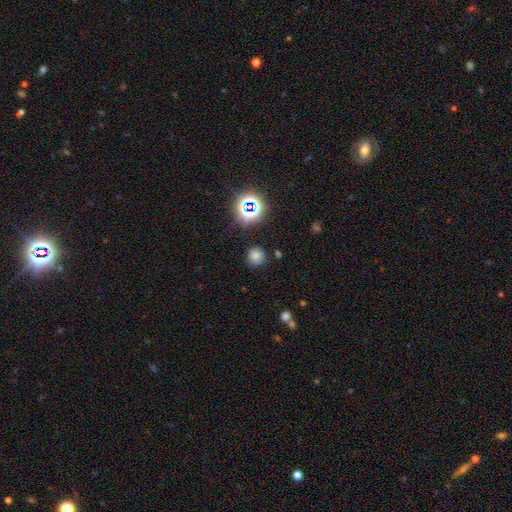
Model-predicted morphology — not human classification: Q: Smooth or featured?
A: smooth (72%); runner-up: star or artifact (22%)
Q: How rounded?
A: round (91%); runner-up: in between (8%)
Q: Merging?
A: none (83%); runner-up: minor disturbance (10%)